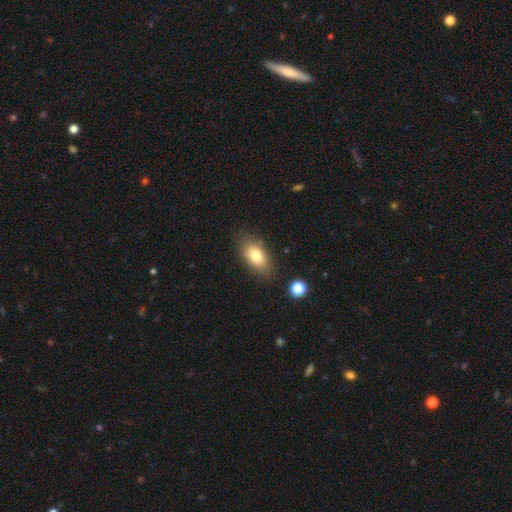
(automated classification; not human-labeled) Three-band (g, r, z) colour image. It shows a smooth galaxy with no disk features (78%) that is in between round and cigar-shaped (87%). Merging: none (79%).